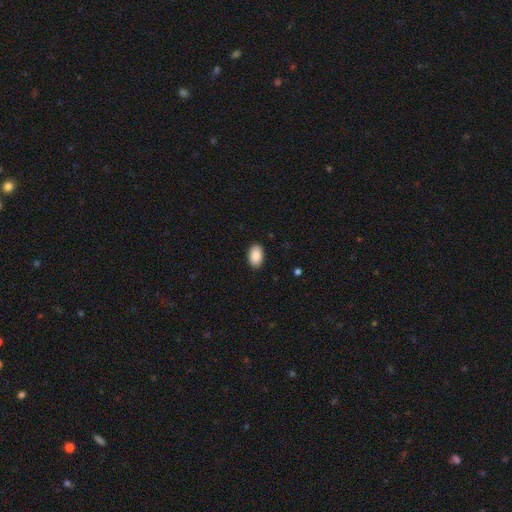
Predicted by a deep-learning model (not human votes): Smooth or featured? smooth (89%)
How rounded? in between (93%)
Merging? none (89%)